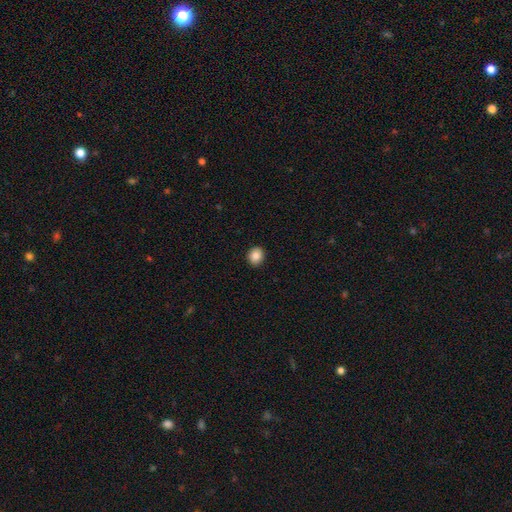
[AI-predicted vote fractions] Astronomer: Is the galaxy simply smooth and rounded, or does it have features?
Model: smooth — 86%.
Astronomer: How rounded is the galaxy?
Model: round — 74%.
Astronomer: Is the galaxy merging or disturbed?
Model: none — 92%.